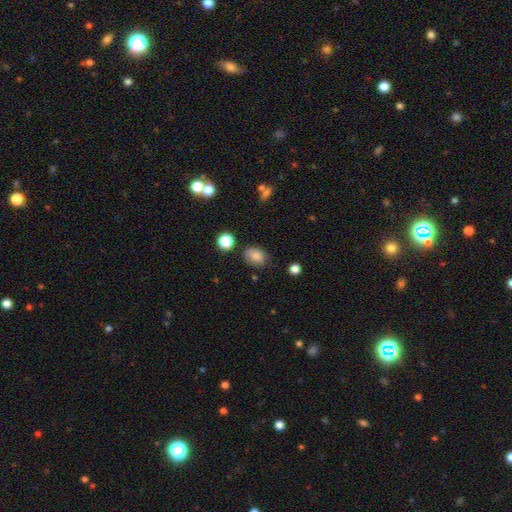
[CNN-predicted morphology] Smooth or featured? smooth (83%)
How rounded? in between (67%)
Merging? none (71%)